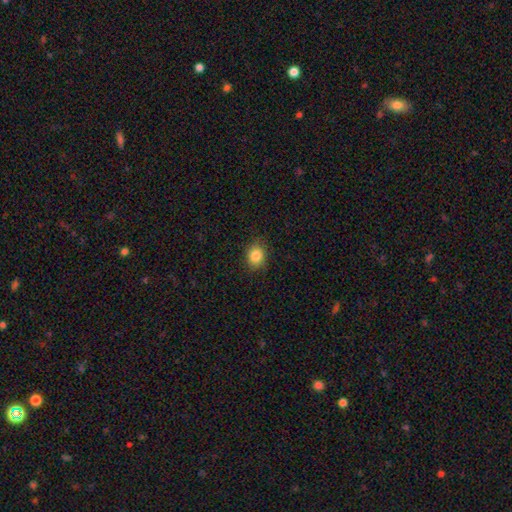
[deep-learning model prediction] Smooth or featured? smooth (85%)
How rounded? in between (50%)
Merging? none (86%)